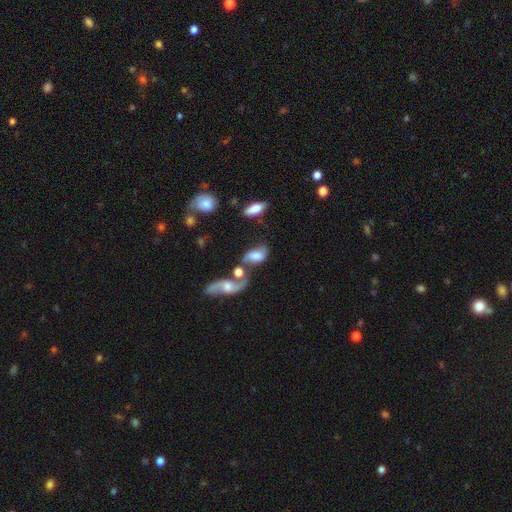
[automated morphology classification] A smooth galaxy with no disk features (49%). Merging: none (35%).